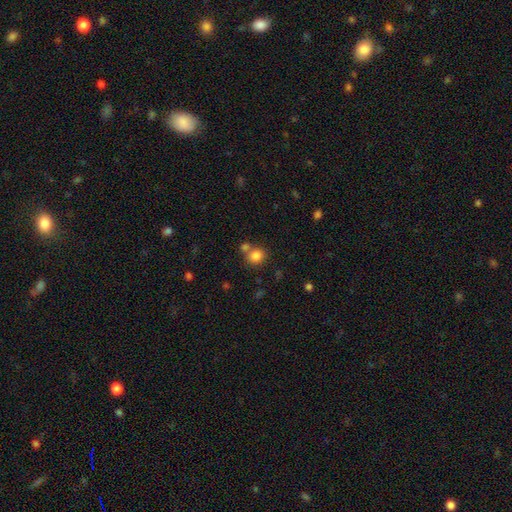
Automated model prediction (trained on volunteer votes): smooth-or-featured: smooth: 82% | star or artifact: 11% | featured or disk: 6%
  how-rounded: round: 81% | in between: 18% | cigar-shaped: 1%
  merging: none: 64% | merger: 23% | minor disturbance: 9% | major disturbance: 3%